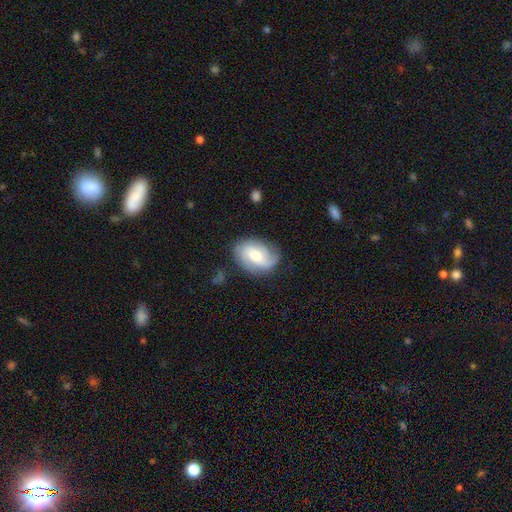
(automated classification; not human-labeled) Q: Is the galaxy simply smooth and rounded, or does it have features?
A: featured or disk — 62%.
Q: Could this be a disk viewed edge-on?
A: no — 96%.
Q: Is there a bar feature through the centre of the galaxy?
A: no — 45%.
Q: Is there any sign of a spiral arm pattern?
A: yes — 89%.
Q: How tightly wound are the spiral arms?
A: medium — 40%.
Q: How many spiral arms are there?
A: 2 — 46%.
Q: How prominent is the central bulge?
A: moderate — 56%.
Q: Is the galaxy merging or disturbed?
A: none — 72%.